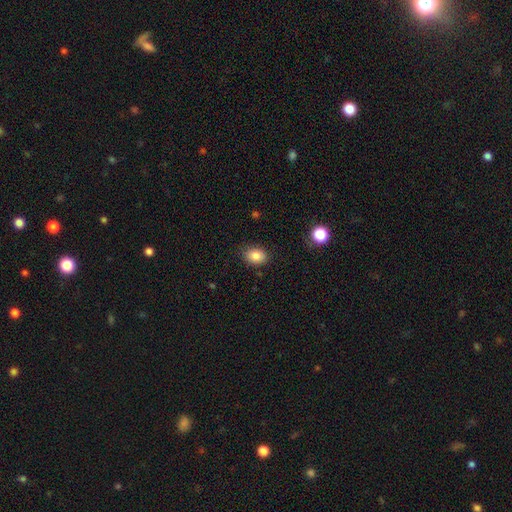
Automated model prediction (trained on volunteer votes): Smooth or featured: smooth — 82% (star or artifact — 10%)
How rounded: in between — 67% (round — 32%)
Merging: none — 84% (minor disturbance — 12%)